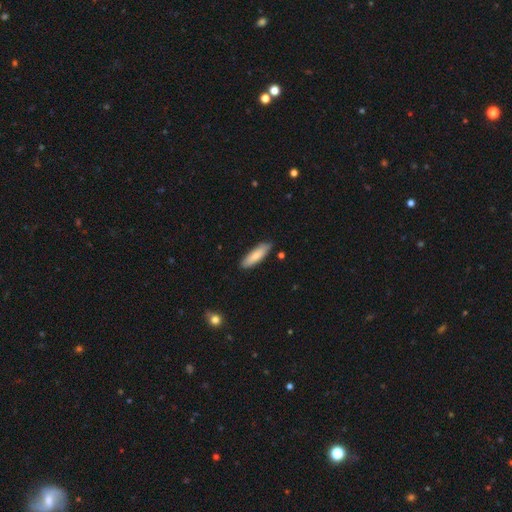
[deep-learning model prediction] Smooth or featured? Predicted: smooth (p=0.83). How rounded? Predicted: cigar-shaped (p=0.59). Merging? Predicted: none (p=0.85).